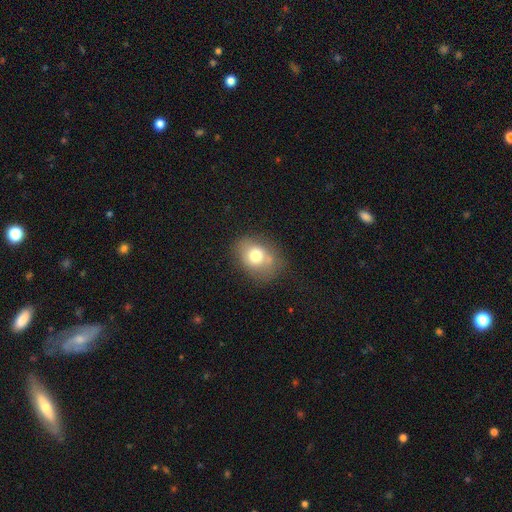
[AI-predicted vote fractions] smooth 72%, featured or disk 19%, star or artifact 10%. Down the decision tree: how rounded — in between (60%); merging — none (56%).